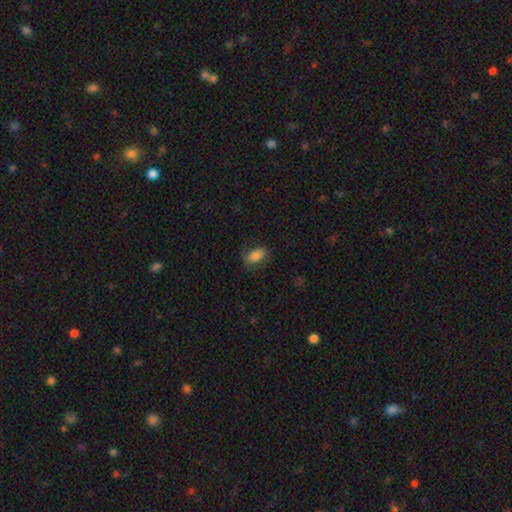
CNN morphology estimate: type=smooth (78%); roundness=in between (89%); merging=none (74%).